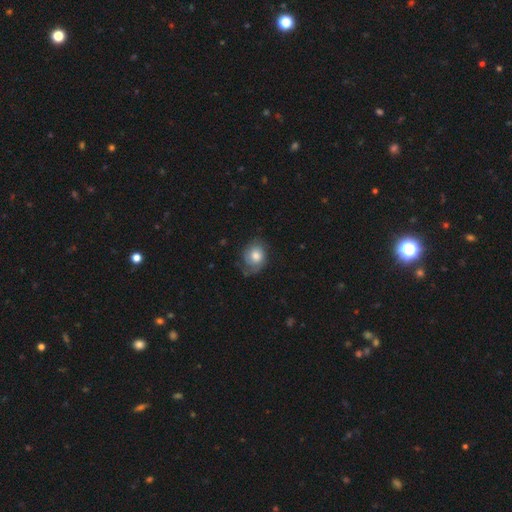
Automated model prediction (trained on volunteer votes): The model was most divided on "how rounded": round: 54%, in between: 45%, cigar-shaped: 1%. More confident: smooth or featured — smooth (62%); merging — none (56%).